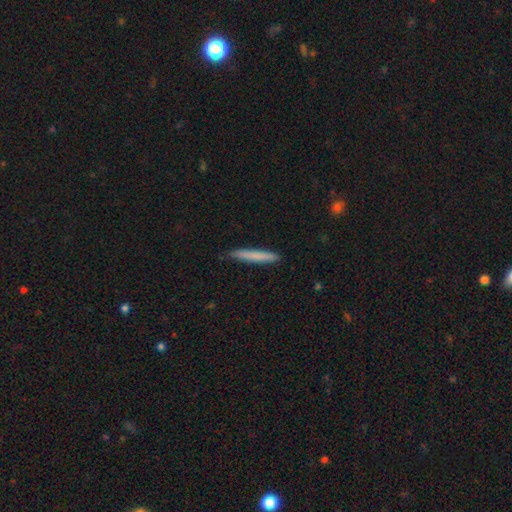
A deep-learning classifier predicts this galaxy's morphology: A smooth galaxy with no disk features (75%) that is cigar-shaped (96%).

Vote fractions:
- Smooth or featured? smooth: 75% / featured or disk: 19% / star or artifact: 6%
- How rounded? cigar-shaped: 96% / in between: 3% / round: 1%
- Merging? none: 86% / minor disturbance: 11% / major disturbance: 2% / merger: 1%